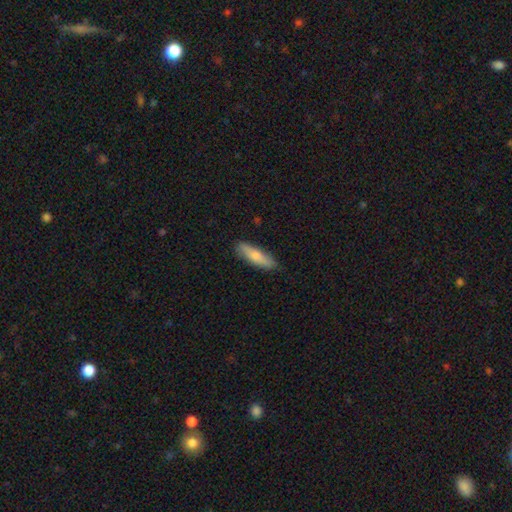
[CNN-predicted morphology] This is likely a smooth galaxy (75%). How rounded: likely cigar-shaped (68%). Merging: clearly none (84%).